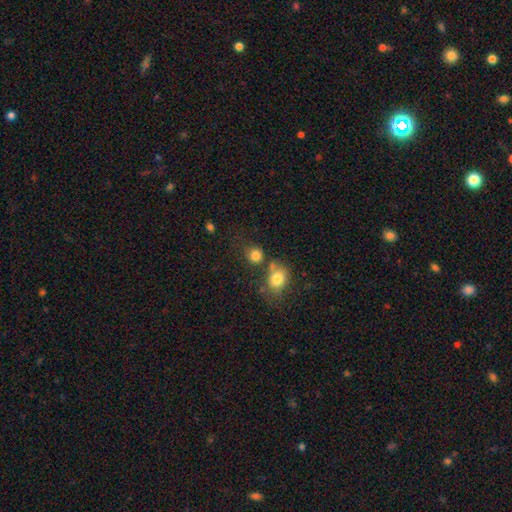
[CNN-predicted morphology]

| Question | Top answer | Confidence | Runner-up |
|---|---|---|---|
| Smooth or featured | smooth | 81% | star or artifact (12%) |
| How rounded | round | 80% | in between (19%) |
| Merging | none | 61% | merger (19%) |